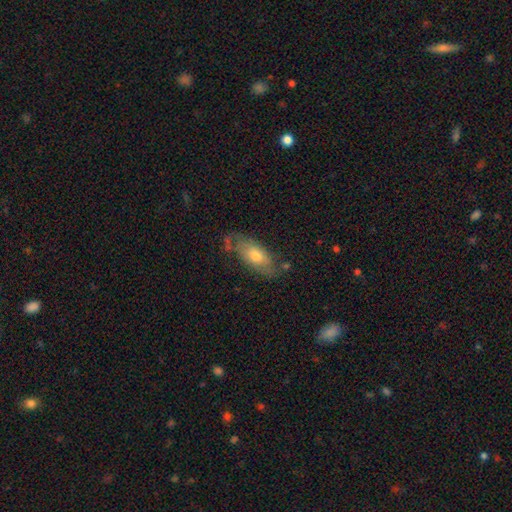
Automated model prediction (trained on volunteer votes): The model was most divided on "smooth or featured": smooth: 53%, featured or disk: 40%, star or artifact: 7%. More confident: how rounded — in between (81%); merging — none (57%).